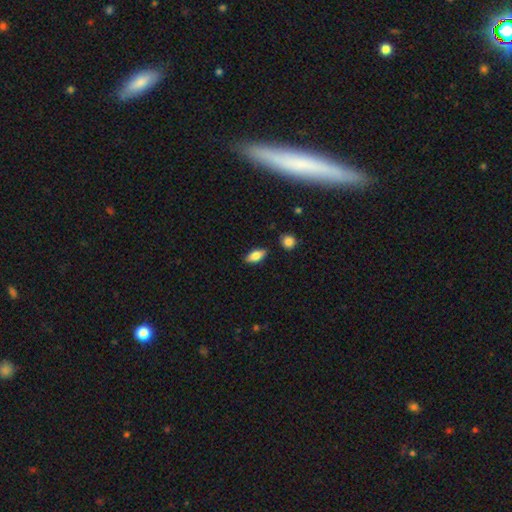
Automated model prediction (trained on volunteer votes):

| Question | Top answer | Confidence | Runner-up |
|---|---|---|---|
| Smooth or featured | smooth | 71% | featured or disk (22%) |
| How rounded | in between | 79% | cigar-shaped (17%) |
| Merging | none | 85% | minor disturbance (11%) |